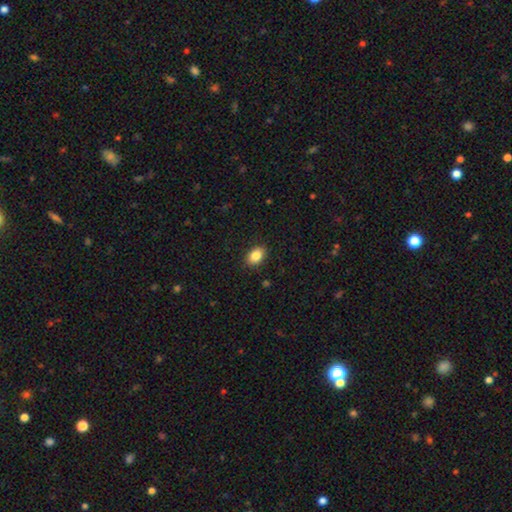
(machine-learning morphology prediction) Smooth or featured?
  - smooth: 86% *
  - star or artifact: 9%
  - featured or disk: 5%
How rounded?
  - in between: 82% *
  - round: 16%
  - cigar-shaped: 1%
Merging?
  - none: 89% *
  - minor disturbance: 8%
  - major disturbance: 2%
  - merger: 1%